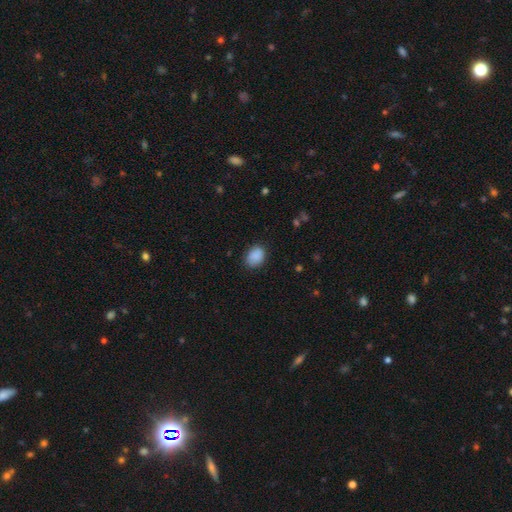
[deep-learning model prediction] This is clearly a smooth galaxy (88%). How rounded: likely in between (69%). Merging: clearly none (80%).